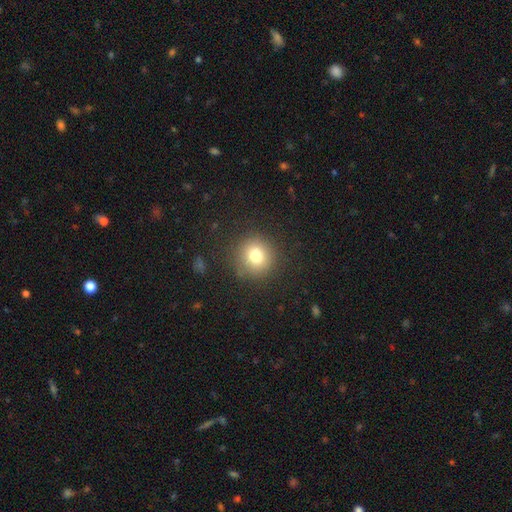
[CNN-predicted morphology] A smooth galaxy with no disk features (78%) that is round (92%). Merging: none (88%).